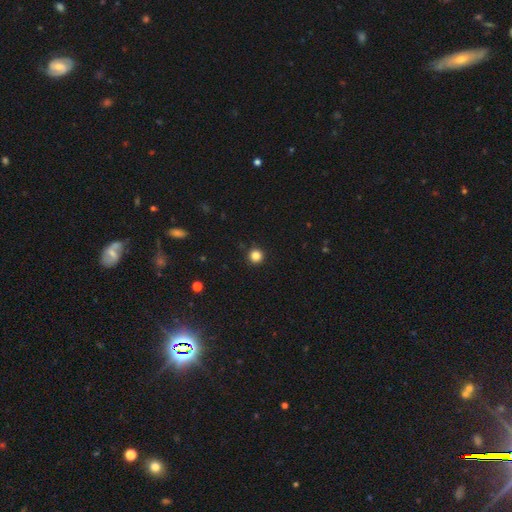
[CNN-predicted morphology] The model was most divided on "smooth or featured": smooth: 84%, star or artifact: 12%, featured or disk: 4%. More confident: how rounded — round (96%); merging — none (93%).